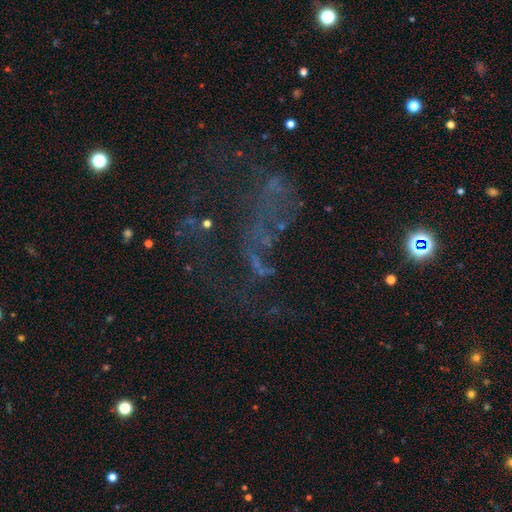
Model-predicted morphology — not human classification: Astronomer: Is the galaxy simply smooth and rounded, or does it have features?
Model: star or artifact — 43% (runner-up: featured or disk, 41%).